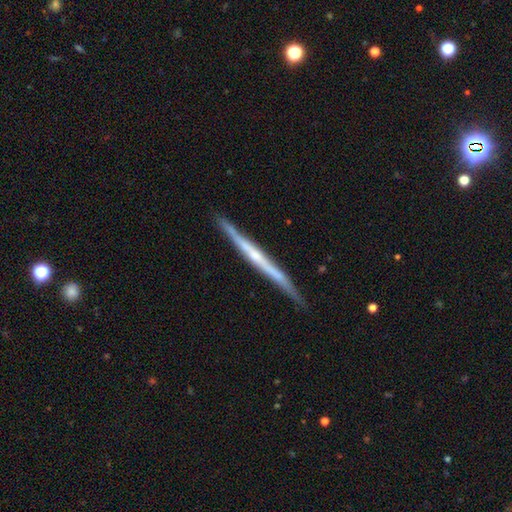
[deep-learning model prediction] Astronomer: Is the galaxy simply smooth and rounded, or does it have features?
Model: featured or disk — 74%.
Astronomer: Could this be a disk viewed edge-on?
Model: yes — 97%.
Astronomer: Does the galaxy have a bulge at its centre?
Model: none — 54% (runner-up: rounded, 40%).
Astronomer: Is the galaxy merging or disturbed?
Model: none — 87%.